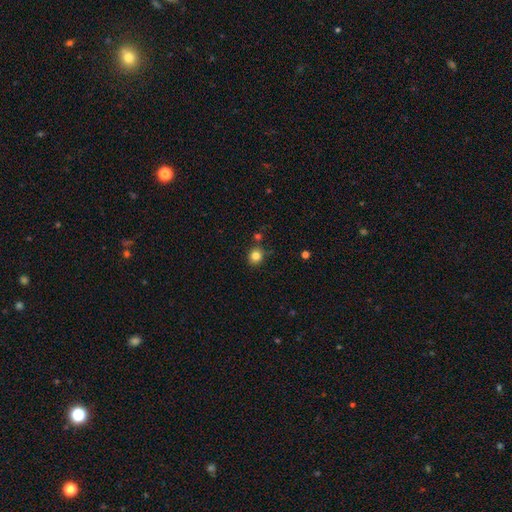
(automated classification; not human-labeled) Overall: smooth (82%). How rounded: round (78%). Merging: none (80%).